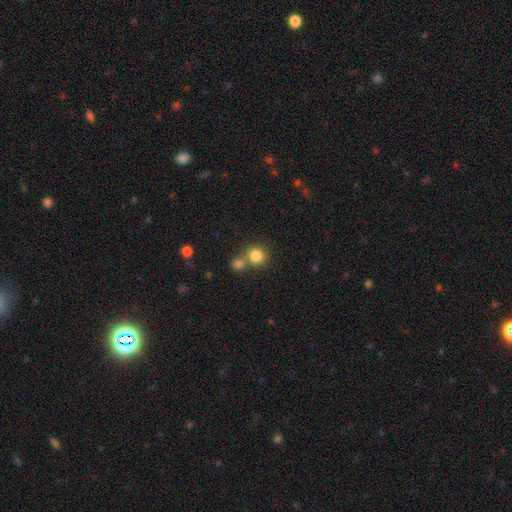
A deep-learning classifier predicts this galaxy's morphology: This appears to be a smooth galaxy with no disk features (81%) that is round (90%). Merging: none (55%).